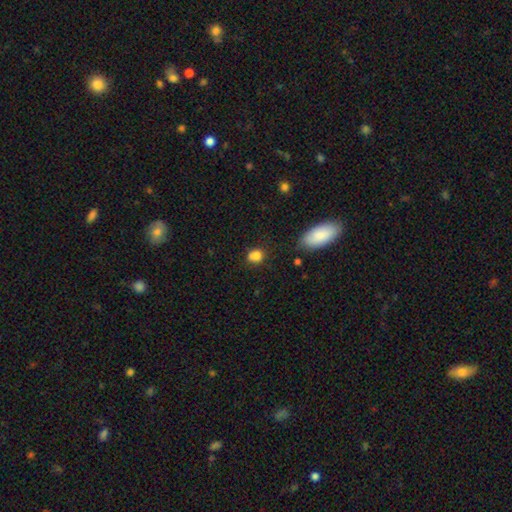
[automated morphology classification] smooth_or_featured: smooth (p=0.80) [alt: star or artifact p=0.12]
how_rounded: round (p=0.61) [alt: in between p=0.38]
merging: none (p=0.55) [alt: merger p=0.21]